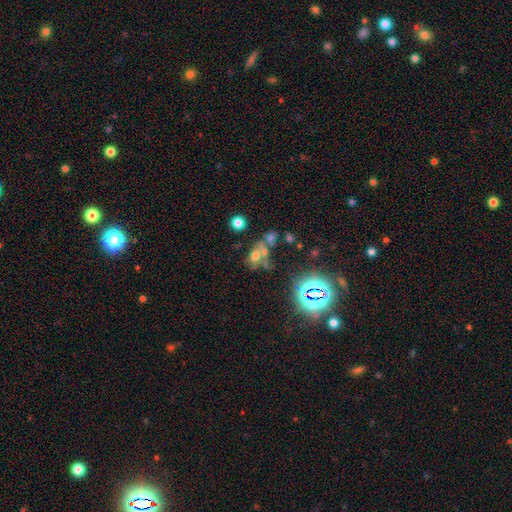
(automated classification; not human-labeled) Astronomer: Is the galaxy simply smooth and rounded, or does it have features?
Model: smooth — 49% (runner-up: star or artifact, 29%).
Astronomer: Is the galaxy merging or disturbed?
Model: merger — 43% (runner-up: none, 28%).